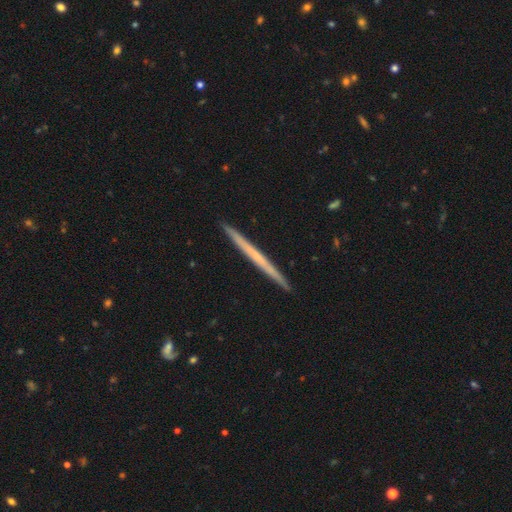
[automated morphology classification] smooth_or_featured: featured or disk (p=0.58) [alt: smooth p=0.37]
disk_edge_on: yes (p=0.98) [alt: no p=0.02]
edge_on_bulge: none (p=0.87) [alt: rounded p=0.10]
merging: none (p=0.93) [alt: minor disturbance p=0.05]